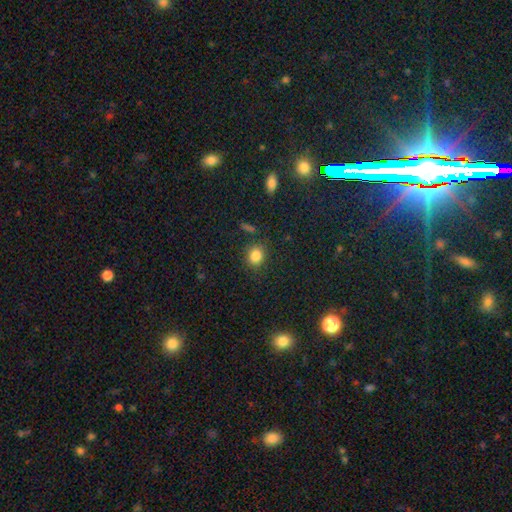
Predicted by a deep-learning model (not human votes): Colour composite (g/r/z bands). It shows a smooth galaxy with no disk features (84%) that is round (65%). Merging: none (82%).